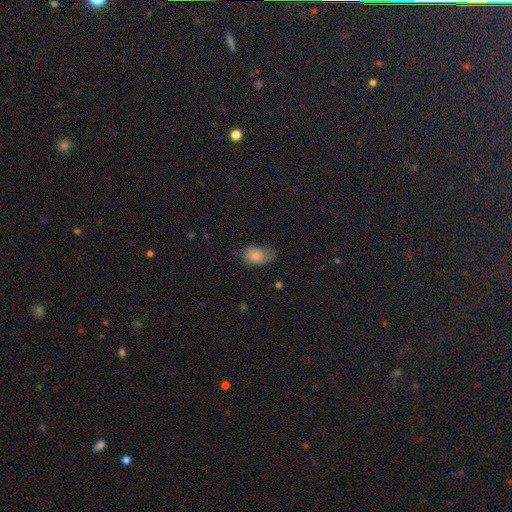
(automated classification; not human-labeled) smooth_or_featured: smooth (p=0.77) [alt: featured or disk p=0.15]
how_rounded: in between (p=0.88) [alt: round p=0.10]
merging: none (p=0.43) [alt: minor disturbance p=0.40]